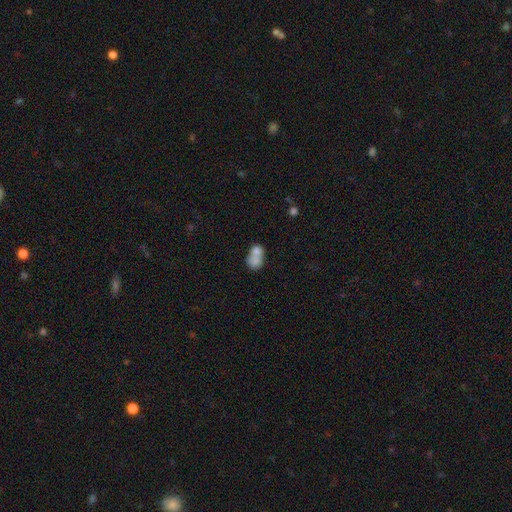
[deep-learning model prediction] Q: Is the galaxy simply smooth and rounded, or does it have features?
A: smooth — 73%.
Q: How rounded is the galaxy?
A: in between — 60%.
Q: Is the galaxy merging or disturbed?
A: merger — 66%.